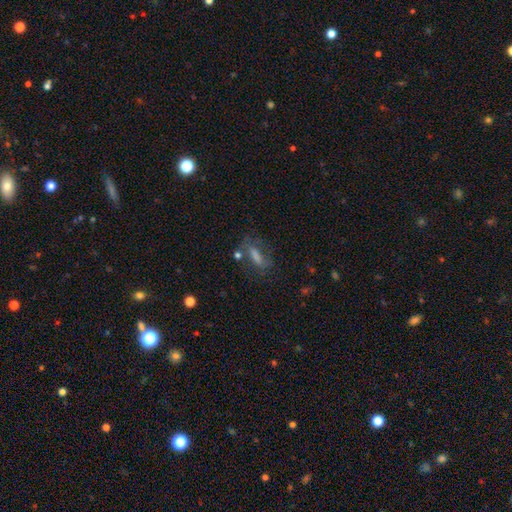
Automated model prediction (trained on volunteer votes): smooth_or_featured: smooth (p=0.45) [alt: featured or disk p=0.33]
merging: none (p=0.64) [alt: minor disturbance p=0.18]